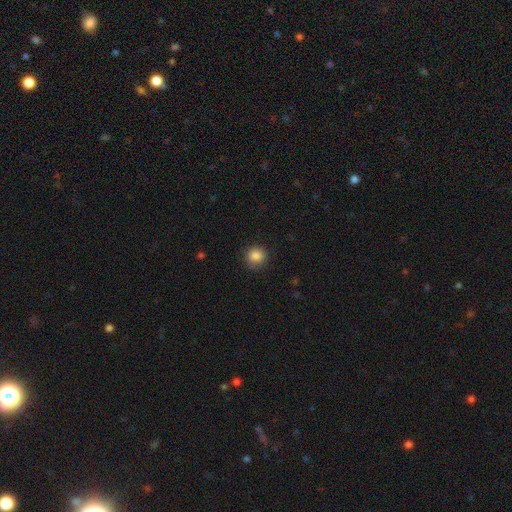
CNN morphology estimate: The model was most divided on "merging": none: 81%, minor disturbance: 14%, major disturbance: 4%, merger: 1%. More confident: how rounded — round (87%); smooth or featured — smooth (86%).